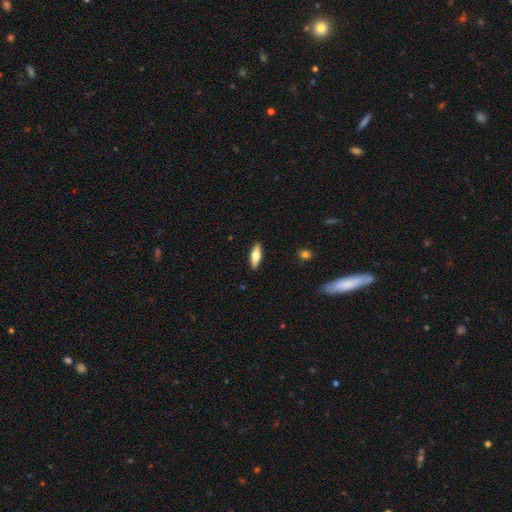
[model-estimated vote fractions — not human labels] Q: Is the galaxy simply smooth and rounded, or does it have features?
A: smooth — 55%.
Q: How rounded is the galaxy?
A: cigar-shaped — 54%.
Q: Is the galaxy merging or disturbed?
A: none — 90%.